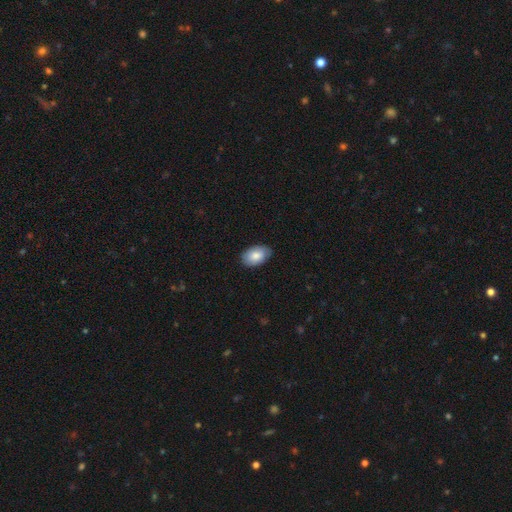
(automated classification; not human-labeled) smooth 79%, featured or disk 14%, star or artifact 6%. Down the decision tree: how rounded — in between (91%); merging — none (81%).